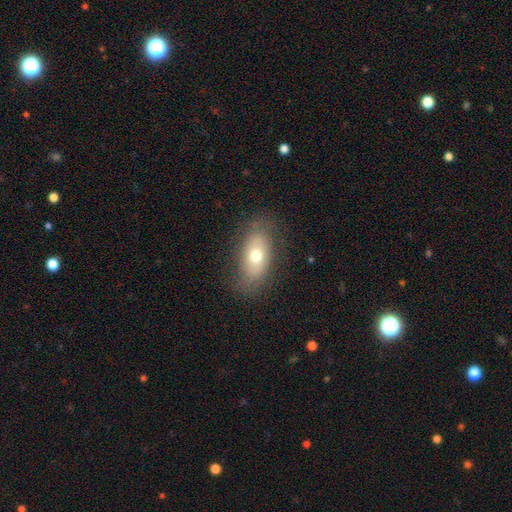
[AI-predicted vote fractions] Morphology: type=smooth (62%); roundness=in between (87%); merging=none (80%).